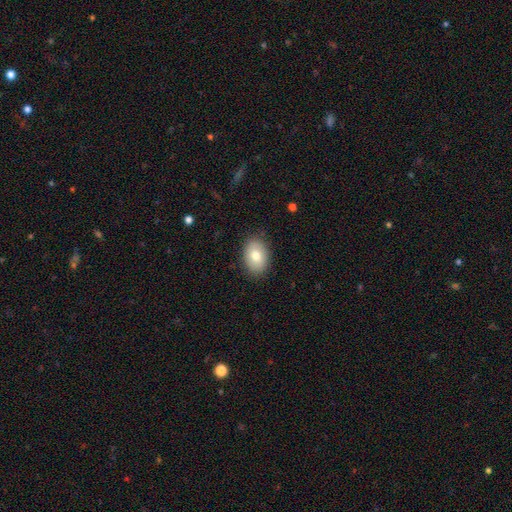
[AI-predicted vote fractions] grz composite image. It shows a smooth galaxy with no disk features (77%) that is in between round and cigar-shaped (80%). Merging: none (87%).